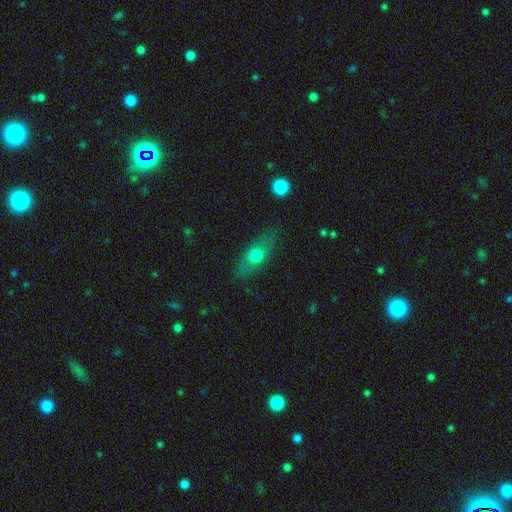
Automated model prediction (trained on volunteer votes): Smooth or featured: smooth — 58% (featured or disk — 33%)
How rounded: in between — 58% (cigar-shaped — 33%)
Merging: none — 78% (minor disturbance — 15%)